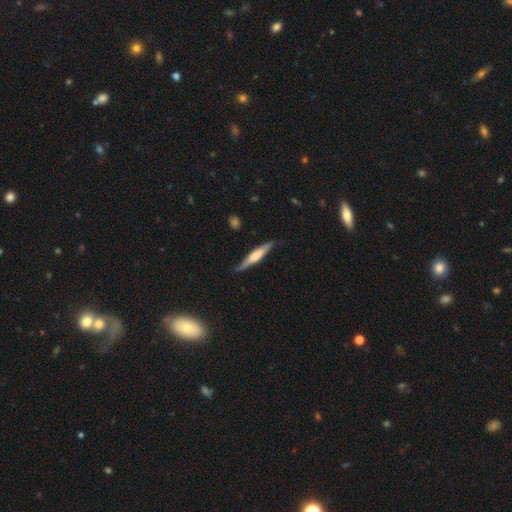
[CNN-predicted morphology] This is possibly a featured or disk galaxy (48%). Merging: clearly none (81%).